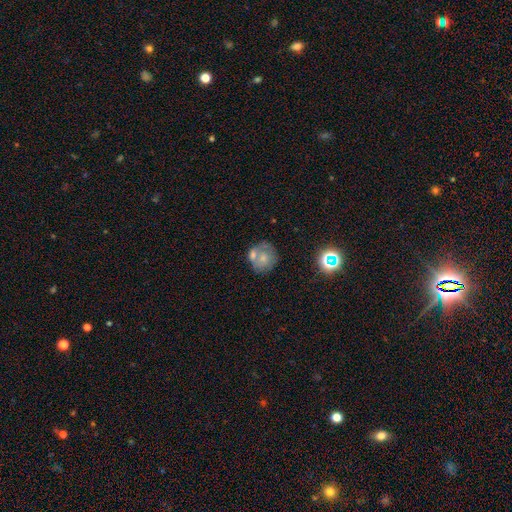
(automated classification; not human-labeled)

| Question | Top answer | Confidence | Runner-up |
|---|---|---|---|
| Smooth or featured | smooth | 55% | featured or disk (36%) |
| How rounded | round | 80% | in between (19%) |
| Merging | none | 44% | merger (33%) |